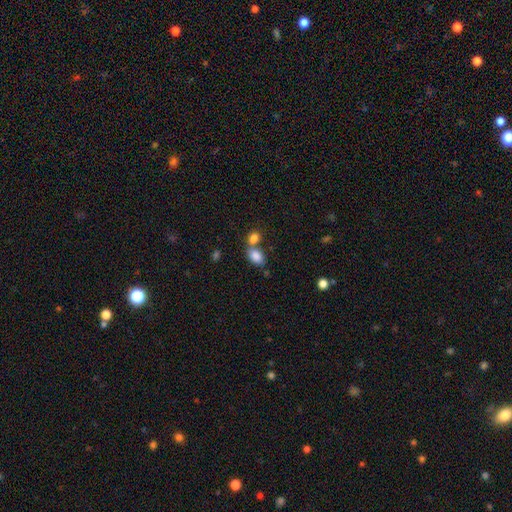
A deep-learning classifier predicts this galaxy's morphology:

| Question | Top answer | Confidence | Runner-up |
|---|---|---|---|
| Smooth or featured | smooth | 85% | star or artifact (9%) |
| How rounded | in between | 84% | round (14%) |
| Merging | merger | 46% | none (40%) |